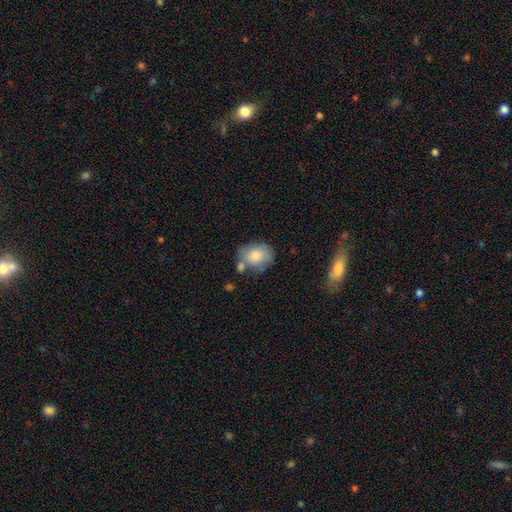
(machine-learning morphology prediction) A smooth galaxy with no disk features (79%) that is in between round and cigar-shaped (55%). Merging: none (53%).